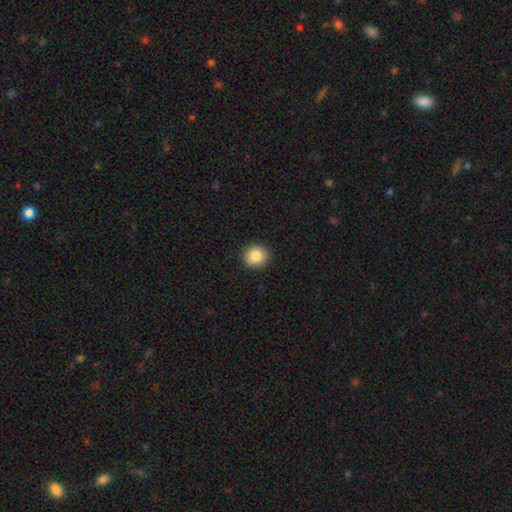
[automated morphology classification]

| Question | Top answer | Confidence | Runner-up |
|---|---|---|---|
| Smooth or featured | smooth | 85% | star or artifact (9%) |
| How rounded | round | 89% | in between (10%) |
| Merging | none | 92% | minor disturbance (5%) |